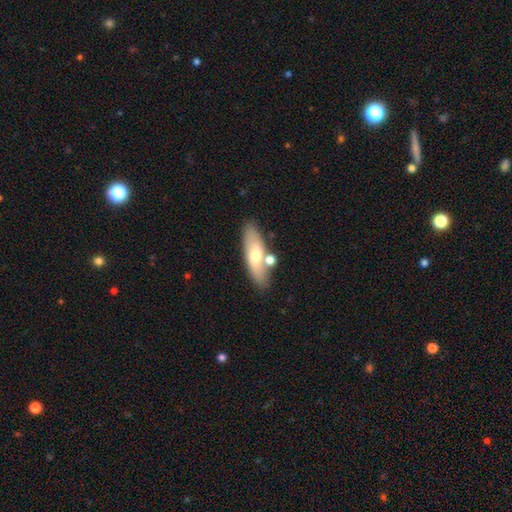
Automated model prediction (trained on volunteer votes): A smooth galaxy with no disk features (59%) that is in between round and cigar-shaped (54%). Merging: none (69%).